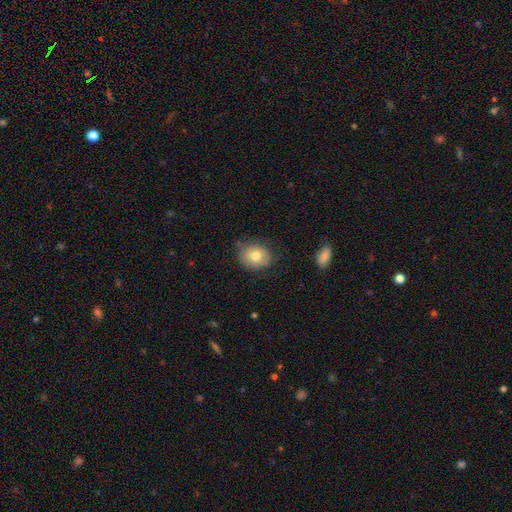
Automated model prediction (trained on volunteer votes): Overall: smooth (77%). How rounded: round (51%; in between 48%). Merging: none (72%).